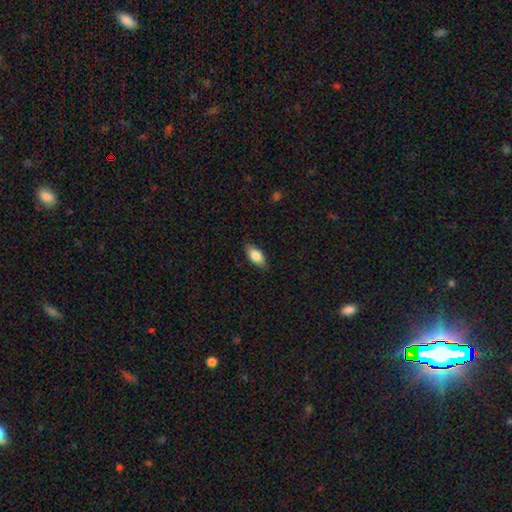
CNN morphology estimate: This appears to be a smooth galaxy with no disk features (79%) that is in between round and cigar-shaped (88%). Merging: none (84%).